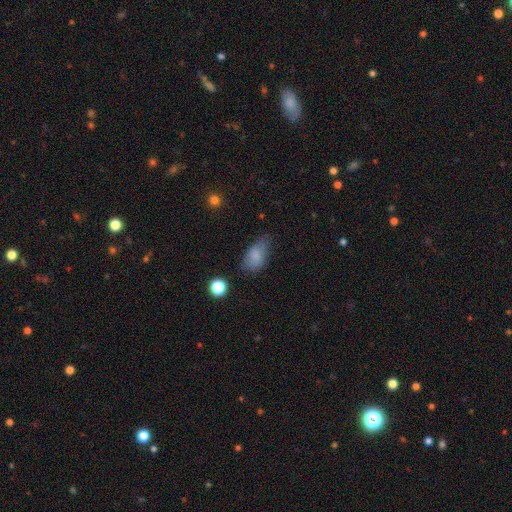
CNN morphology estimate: smooth 80%, featured or disk 10%, star or artifact 10%. Down the decision tree: how rounded — in between (89%); merging — none (49%).